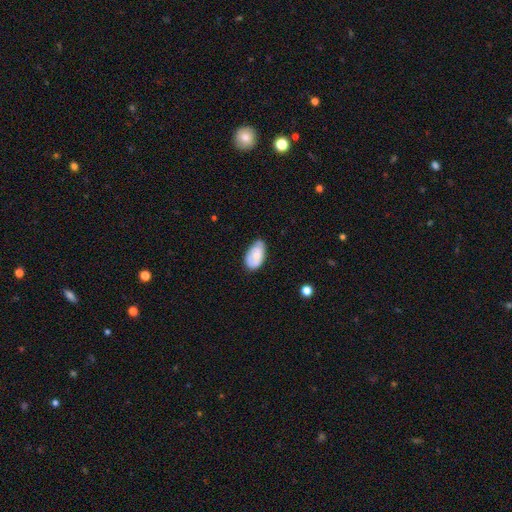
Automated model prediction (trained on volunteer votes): Q: Smooth or featured?
A: smooth (72%); runner-up: featured or disk (20%)
Q: How rounded?
A: in between (94%); runner-up: round (4%)
Q: Merging?
A: none (59%); runner-up: minor disturbance (32%)